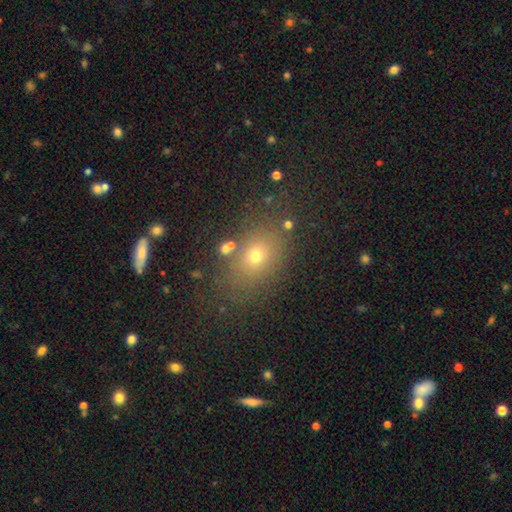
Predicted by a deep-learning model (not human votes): A smooth galaxy with no disk features (64%) that is in between round and cigar-shaped (63%).

Vote fractions:
- Smooth or featured? smooth: 64% / star or artifact: 21% / featured or disk: 15%
- How rounded? in between: 63% / round: 35% / cigar-shaped: 2%
- Merging? none: 78% / minor disturbance: 12% / major disturbance: 5% / merger: 5%